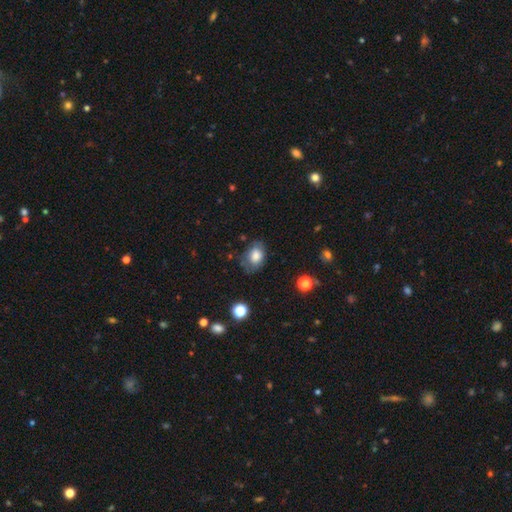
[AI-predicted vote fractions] The model was most divided on "merging": none: 63%, minor disturbance: 26%, major disturbance: 9%, merger: 2%. More confident: how rounded — in between (79%); smooth or featured — smooth (76%).